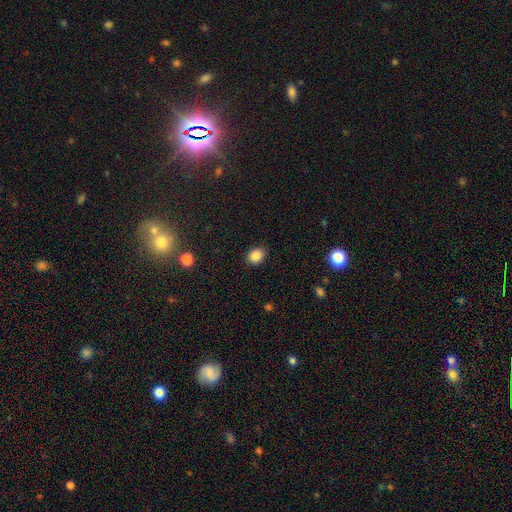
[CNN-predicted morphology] smooth 86%, star or artifact 10%, featured or disk 4%. Down the decision tree: how rounded — round (53%); merging — none (88%).